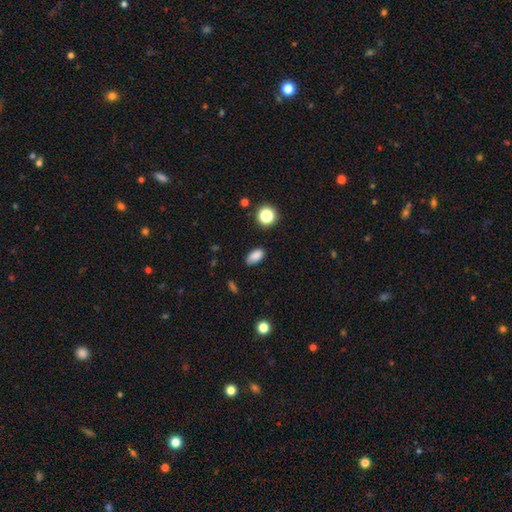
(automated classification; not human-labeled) A smooth galaxy with no disk features (85%) that is in between round and cigar-shaped (90%).

Vote fractions:
- Smooth or featured? smooth: 85% / star or artifact: 11% / featured or disk: 5%
- How rounded? in between: 90% / round: 7% / cigar-shaped: 4%
- Merging? none: 83% / minor disturbance: 13% / major disturbance: 3% / merger: 2%